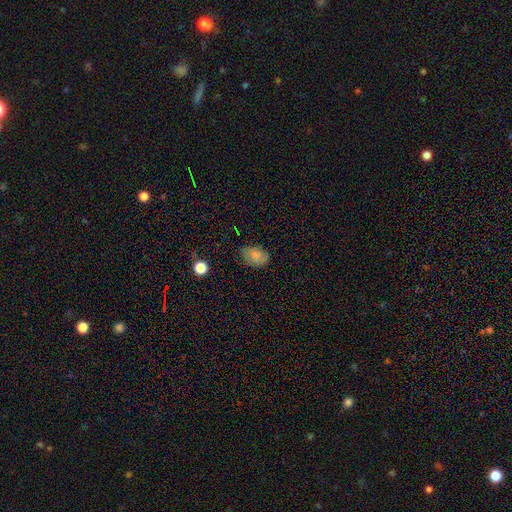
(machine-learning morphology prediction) This appears to be a smooth galaxy with no disk features (81%) that is in between round and cigar-shaped (74%). Merging: none (74%).